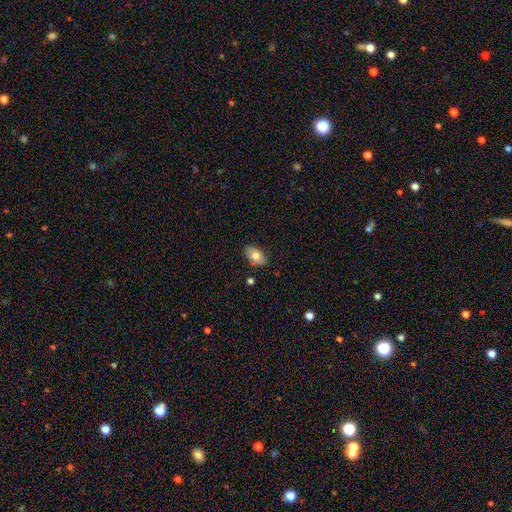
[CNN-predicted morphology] A smooth galaxy with no disk features (75%) that is in between round and cigar-shaped (91%). Merging: none (82%).